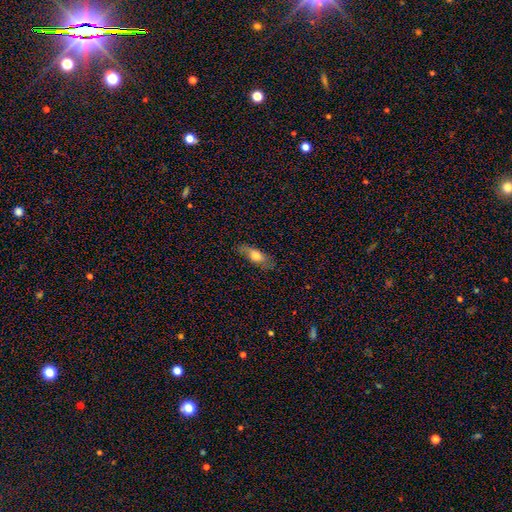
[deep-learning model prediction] A smooth galaxy with no disk features (65%) that is in between round and cigar-shaped (64%). Merging: none (77%).